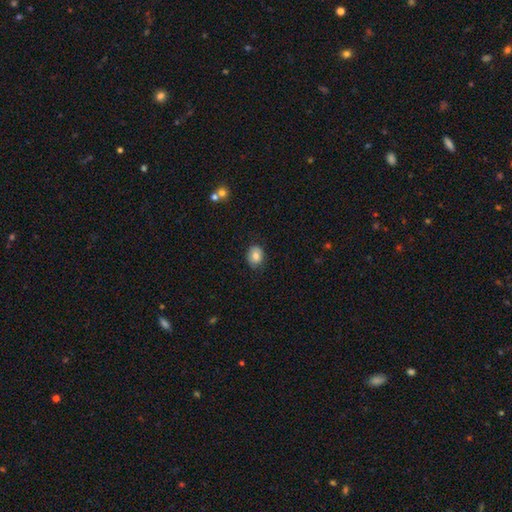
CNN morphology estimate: smooth_or_featured: smooth (p=0.81) [alt: featured or disk p=0.11]
how_rounded: round (p=0.50) [alt: in between p=0.49]
merging: none (p=0.80) [alt: minor disturbance p=0.15]